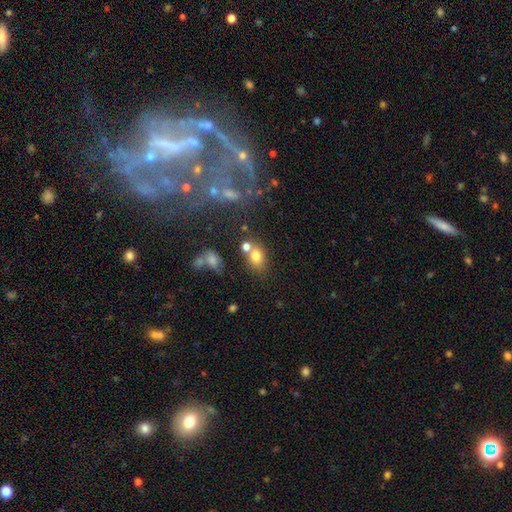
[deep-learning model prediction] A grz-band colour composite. It shows a smooth galaxy with no disk features (76%) that is in between round and cigar-shaped (69%). Merging: none (50%).